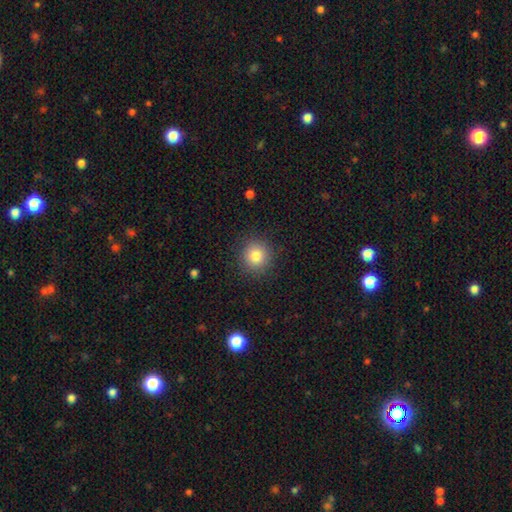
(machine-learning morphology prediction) smooth_or_featured: smooth (p=0.82) [alt: star or artifact p=0.11]
how_rounded: round (p=0.93) [alt: in between p=0.06]
merging: none (p=0.89) [alt: minor disturbance p=0.07]